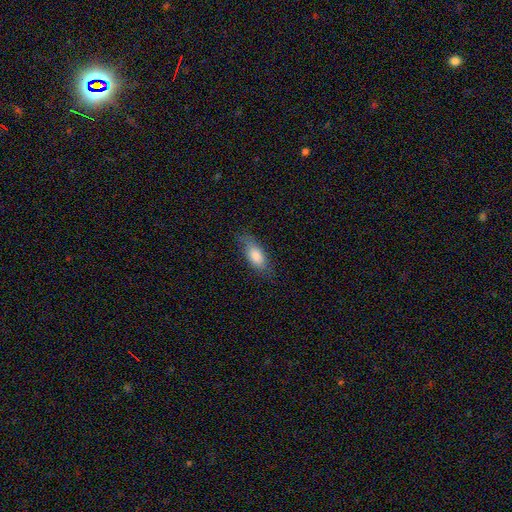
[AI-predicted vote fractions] Morphology: type=smooth (81%); roundness=in between (77%); merging=none (76%).